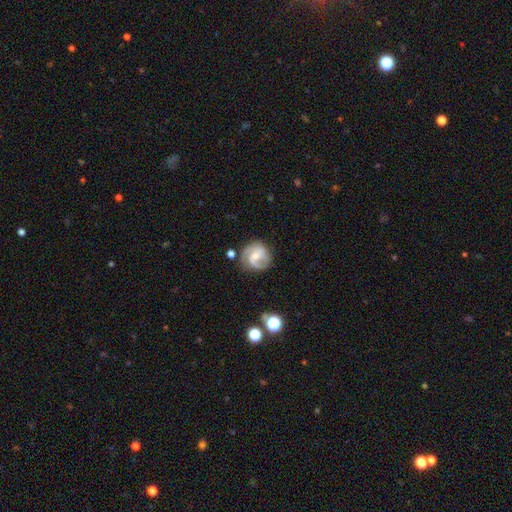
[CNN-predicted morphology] smooth_or_featured: featured or disk (p=0.79) [alt: smooth p=0.15]
disk_edge_on: no (p=0.98) [alt: yes p=0.02]
bar: weak (p=0.46) [alt: no p=0.42]
has_spiral_arms: yes (p=0.95) [alt: no p=0.05]
spiral_winding: medium (p=0.49) [alt: tight p=0.33]
spiral_arm_count: 2 (p=0.67) [alt: 3 p=0.14]
bulge_size: small (p=0.53) [alt: moderate p=0.40]
merging: none (p=0.71) [alt: minor disturbance p=0.18]